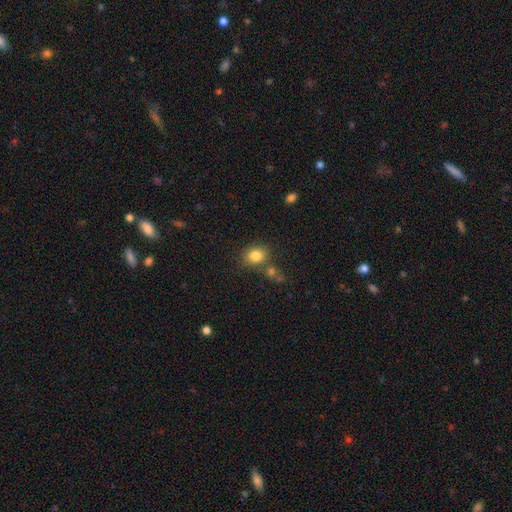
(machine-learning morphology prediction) Overall: smooth (82%). How rounded: round (55%; in between 44%). Merging: none (68%).